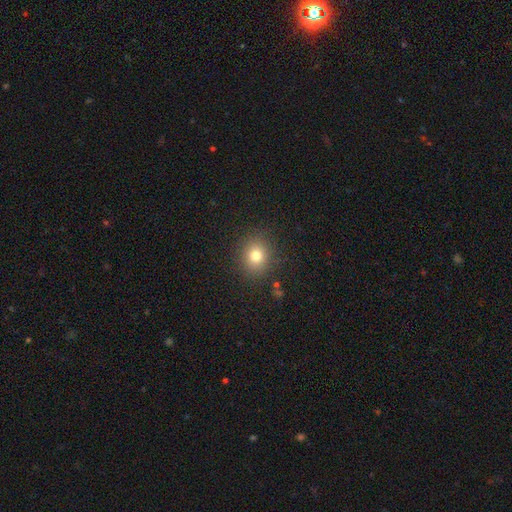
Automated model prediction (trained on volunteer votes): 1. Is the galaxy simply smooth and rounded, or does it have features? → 77% smooth, 14% star or artifact, 9% featured or disk.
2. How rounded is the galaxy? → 77% round, 23% in between, 1% cigar-shaped.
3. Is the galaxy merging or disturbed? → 88% none, 8% minor disturbance, 3% major disturbance, 1% merger.